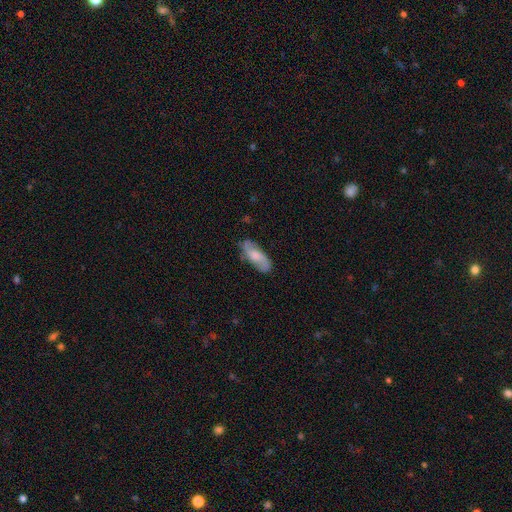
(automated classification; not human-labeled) A featured or disk galaxy (55%). Merging: none (78%).